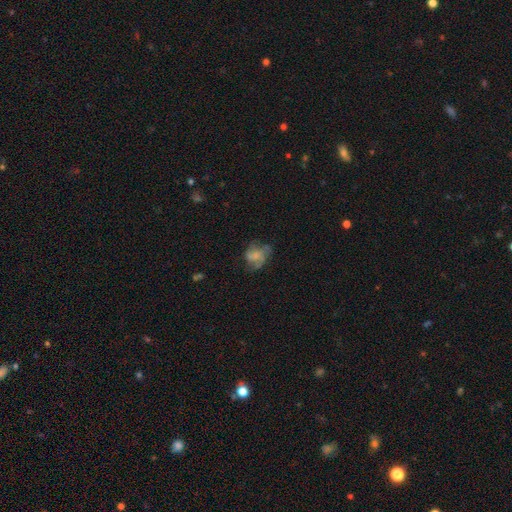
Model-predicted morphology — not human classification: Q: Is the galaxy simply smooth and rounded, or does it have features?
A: featured or disk — 50%.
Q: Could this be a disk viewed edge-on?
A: no — 98%.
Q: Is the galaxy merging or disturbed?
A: none — 47%.